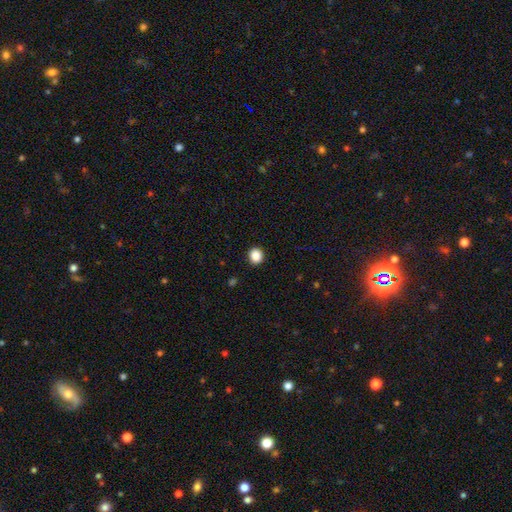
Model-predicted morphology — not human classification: Q: Smooth or featured?
A: smooth (88%); runner-up: star or artifact (10%)
Q: How rounded?
A: round (82%); runner-up: in between (17%)
Q: Merging?
A: none (92%); runner-up: minor disturbance (5%)